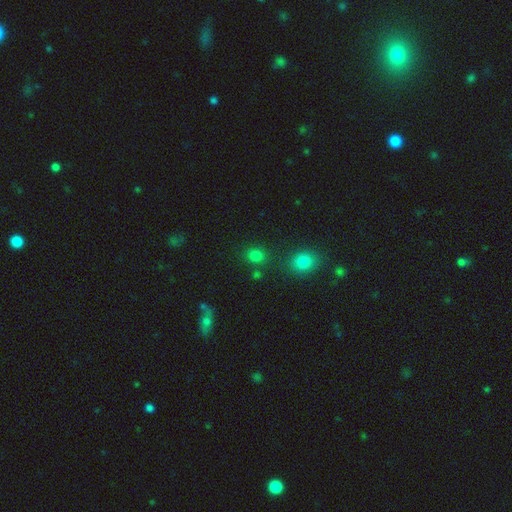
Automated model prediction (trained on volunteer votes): smooth-or-featured: smooth: 79% | star or artifact: 17% | featured or disk: 5%
  how-rounded: round: 73% | in between: 25% | cigar-shaped: 1%
  merging: none: 76% | merger: 10% | minor disturbance: 9% | major disturbance: 4%